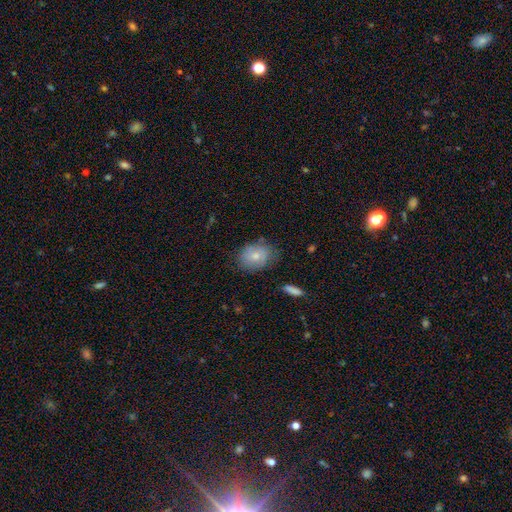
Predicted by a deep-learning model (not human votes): smooth 73%, featured or disk 20%, star or artifact 7%. Down the decision tree: how rounded — in between (67%); merging — none (71%).